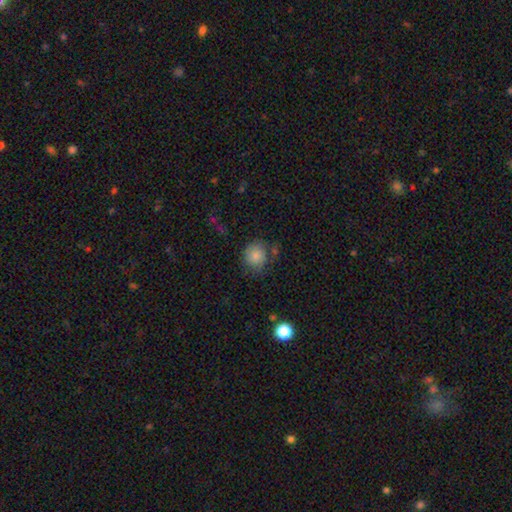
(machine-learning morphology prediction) Q: Smooth or featured?
A: smooth (84%); runner-up: star or artifact (9%)
Q: How rounded?
A: round (83%); runner-up: in between (16%)
Q: Merging?
A: none (67%); runner-up: minor disturbance (21%)